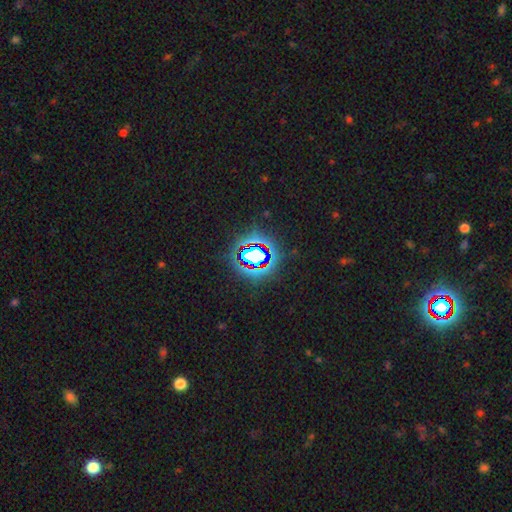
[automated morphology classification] This is clearly a star or artifact rather than a galaxy (82%).